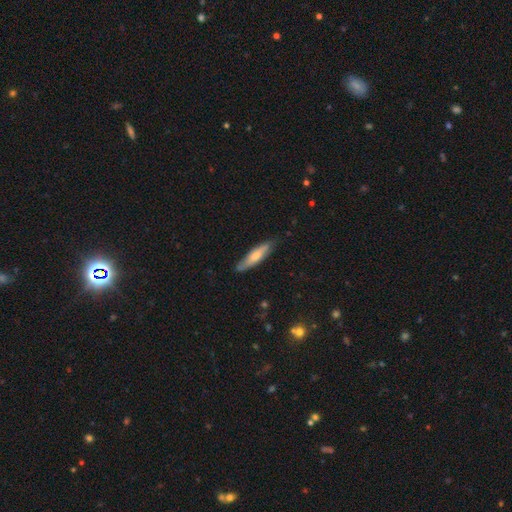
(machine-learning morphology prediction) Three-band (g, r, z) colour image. It shows a smooth galaxy with no disk features (66%) that is cigar-shaped (75%). Merging: none (80%).